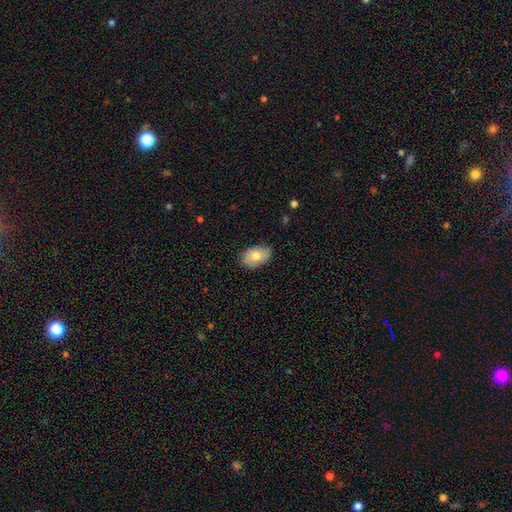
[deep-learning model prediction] Q: Smooth or featured?
A: smooth (76%); runner-up: featured or disk (18%)
Q: How rounded?
A: in between (90%); runner-up: round (9%)
Q: Merging?
A: none (81%); runner-up: minor disturbance (15%)